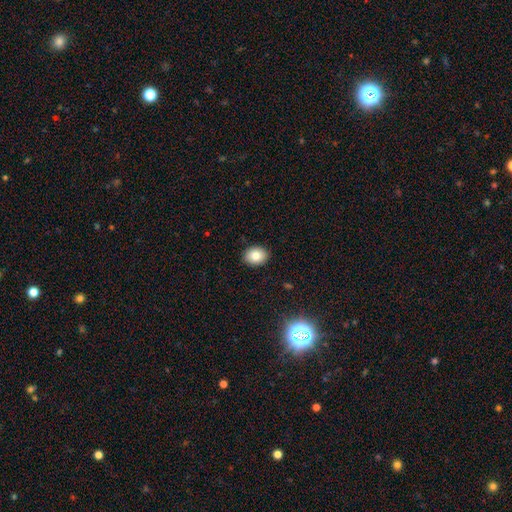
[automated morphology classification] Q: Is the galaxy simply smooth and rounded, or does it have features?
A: smooth — 82%.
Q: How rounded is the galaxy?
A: in between — 57%.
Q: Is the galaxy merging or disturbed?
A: none — 89%.